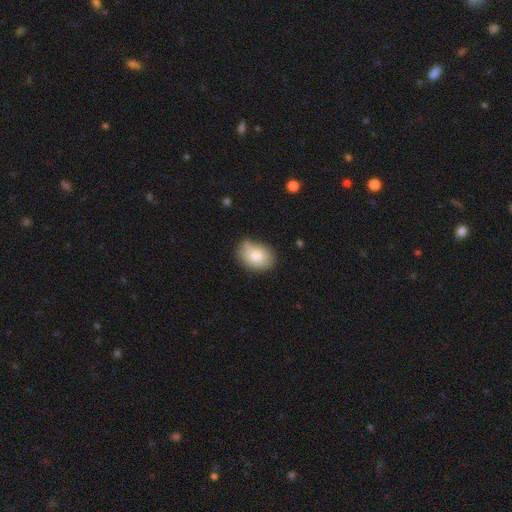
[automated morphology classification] type=smooth (83%); roundness=in between (77%); merging=none (64%).